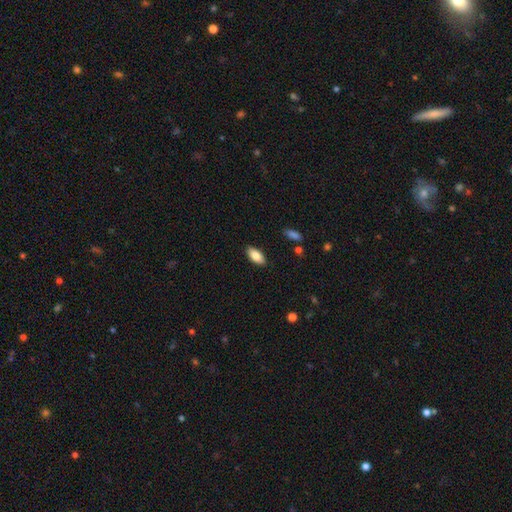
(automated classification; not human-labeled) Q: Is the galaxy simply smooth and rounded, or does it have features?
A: smooth — 85%.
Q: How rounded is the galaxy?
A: in between — 90%.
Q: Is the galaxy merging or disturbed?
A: none — 88%.